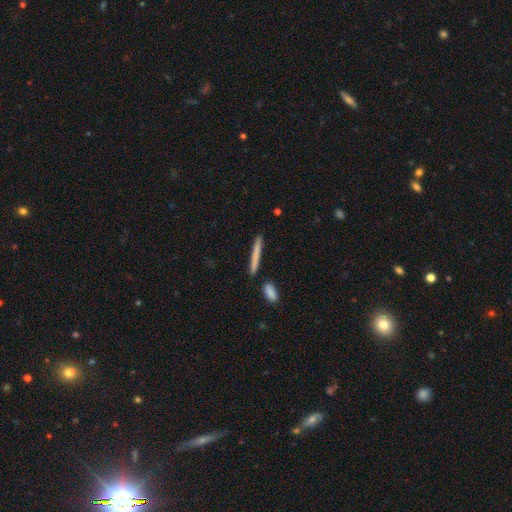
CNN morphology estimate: Smooth or featured: smooth — 74% (featured or disk — 21%)
How rounded: cigar-shaped — 96% (in between — 3%)
Merging: none — 87% (minor disturbance — 7%)